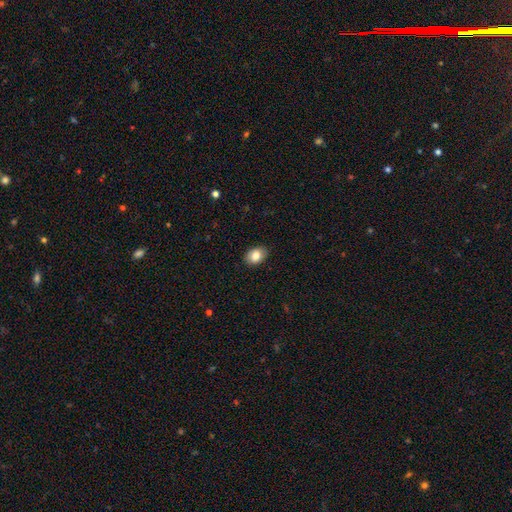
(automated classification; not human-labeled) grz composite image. It shows a smooth galaxy with no disk features (83%) that is in between round and cigar-shaped (78%). Merging: none (89%).